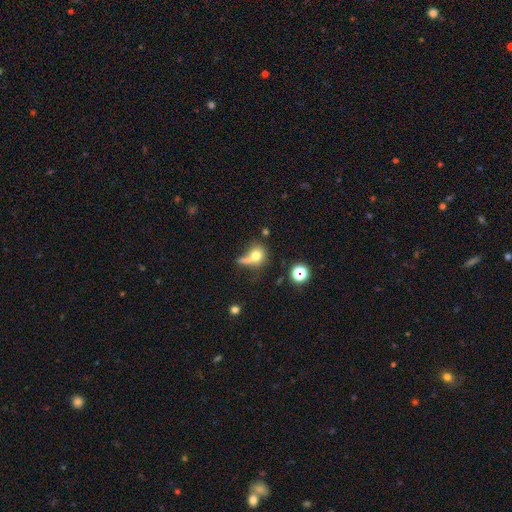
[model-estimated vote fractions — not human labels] A smooth galaxy with no disk features (69%) that is round (70%). Merging: none (37%).